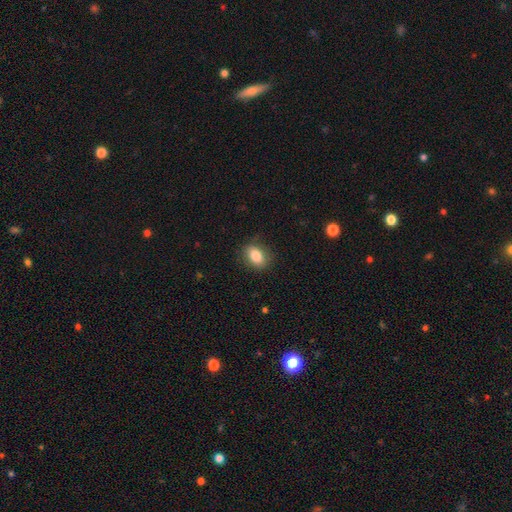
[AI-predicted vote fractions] A smooth galaxy with no disk features (82%) that is in between round and cigar-shaped (80%). Merging: none (83%).